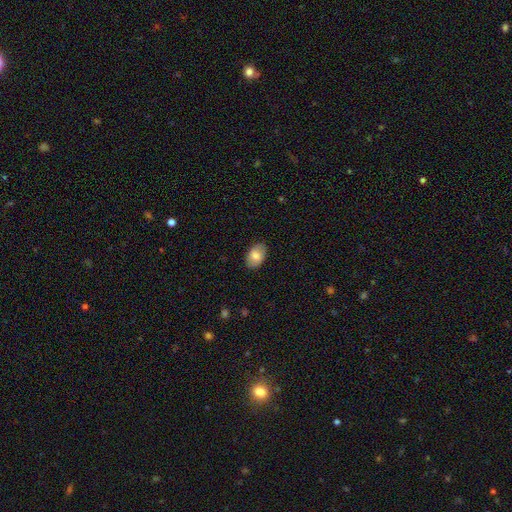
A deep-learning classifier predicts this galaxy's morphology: smooth-or-featured: smooth: 78% | featured or disk: 15% | star or artifact: 7%
  how-rounded: in between: 90% | round: 8% | cigar-shaped: 1%
  merging: none: 86% | minor disturbance: 11% | major disturbance: 2% | merger: 1%